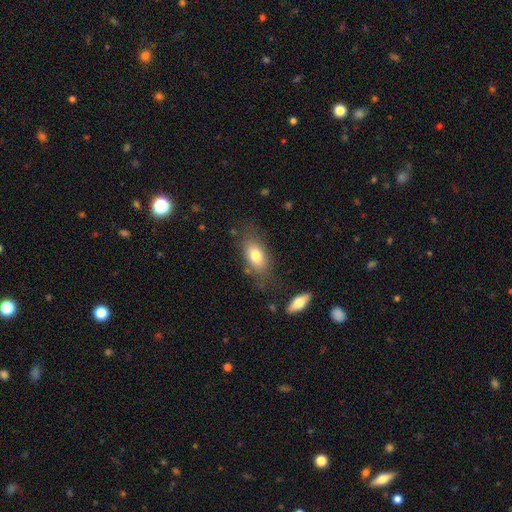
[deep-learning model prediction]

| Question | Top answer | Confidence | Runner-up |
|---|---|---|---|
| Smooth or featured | smooth | 77% | featured or disk (16%) |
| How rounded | in between | 87% | round (7%) |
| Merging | none | 71% | minor disturbance (18%) |